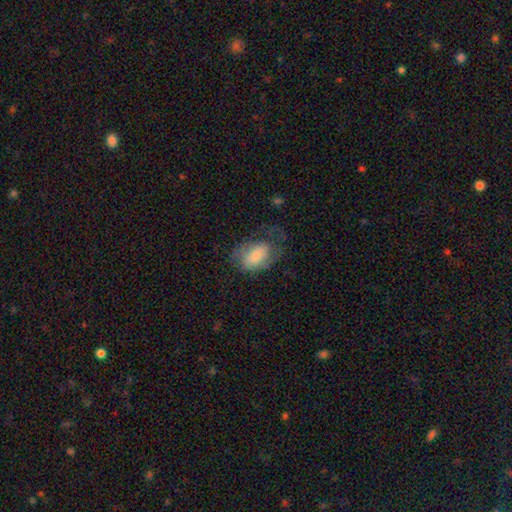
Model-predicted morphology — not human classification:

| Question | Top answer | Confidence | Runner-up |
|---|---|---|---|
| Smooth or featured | smooth | 56% | featured or disk (37%) |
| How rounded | in between | 88% | round (11%) |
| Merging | none | 40% | major disturbance (33%) |